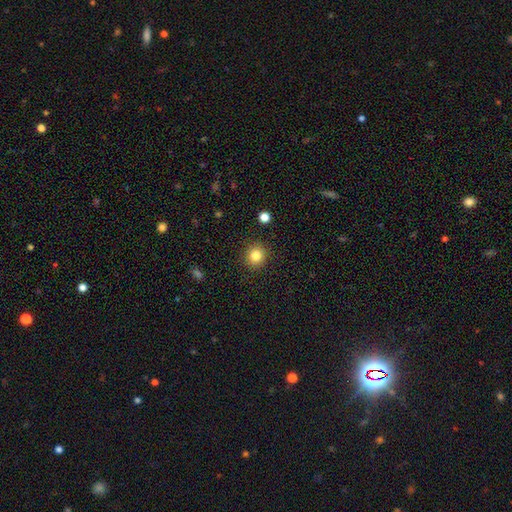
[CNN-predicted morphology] Smooth or featured: smooth — 83% (star or artifact — 11%)
How rounded: round — 89% (in between — 10%)
Merging: none — 91% (minor disturbance — 6%)